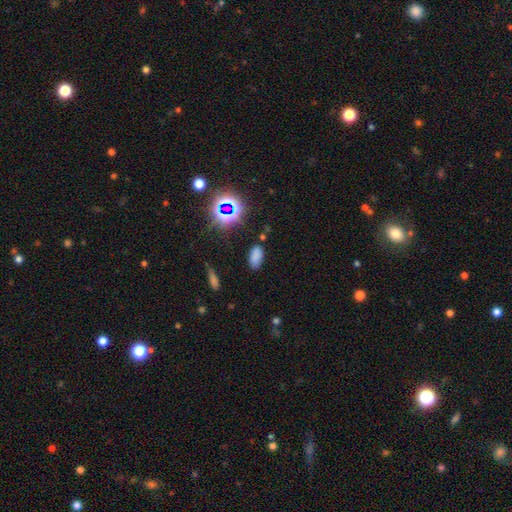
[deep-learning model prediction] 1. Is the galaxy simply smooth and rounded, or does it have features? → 71% smooth, 23% star or artifact, 7% featured or disk.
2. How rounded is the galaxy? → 91% in between, 5% round, 4% cigar-shaped.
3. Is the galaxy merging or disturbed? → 79% none, 14% minor disturbance, 4% major disturbance, 3% merger.